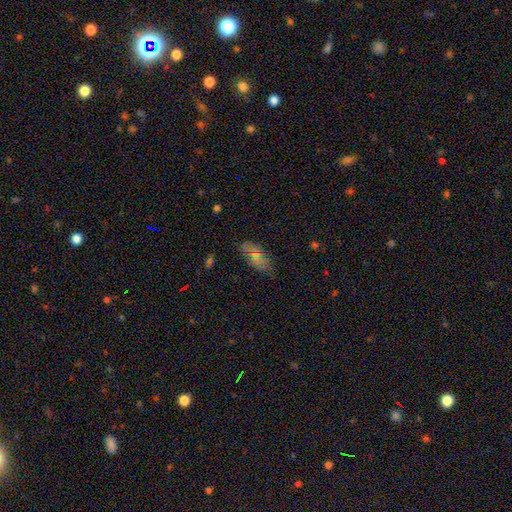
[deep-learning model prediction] A smooth galaxy with no disk features (63%) that is in between round and cigar-shaped (83%).

Vote fractions:
- Smooth or featured? smooth: 63% / featured or disk: 29% / star or artifact: 9%
- How rounded? in between: 83% / cigar-shaped: 14% / round: 3%
- Merging? none: 72% / minor disturbance: 21% / major disturbance: 5% / merger: 2%